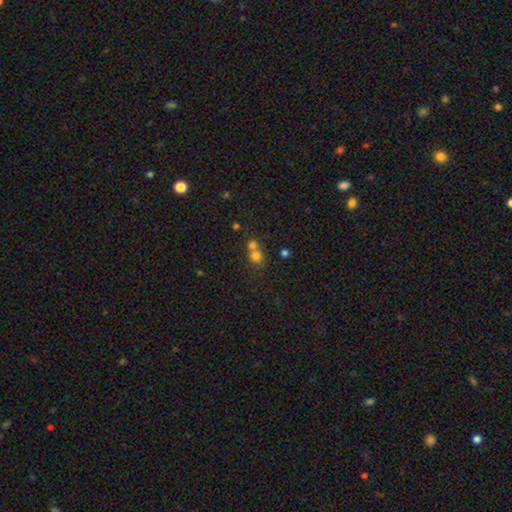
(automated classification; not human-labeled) This appears to be a smooth galaxy with no disk features (73%) that is round (84%). Merging: merger (55%).